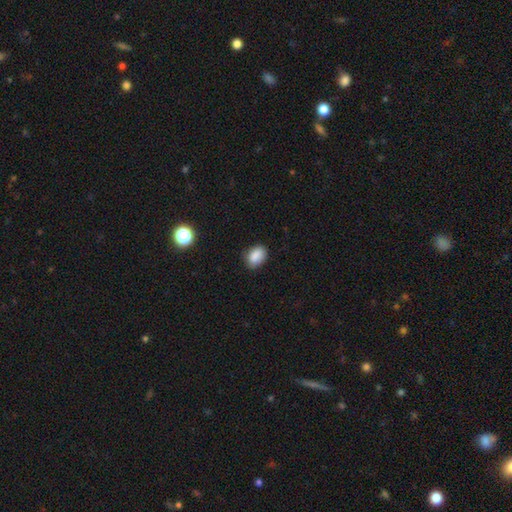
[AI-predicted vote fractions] Q: Smooth or featured?
A: smooth (87%); runner-up: star or artifact (9%)
Q: How rounded?
A: in between (76%); runner-up: round (23%)
Q: Merging?
A: none (79%); runner-up: minor disturbance (17%)